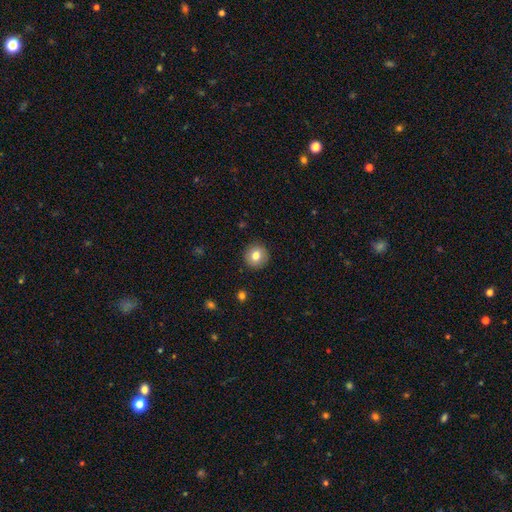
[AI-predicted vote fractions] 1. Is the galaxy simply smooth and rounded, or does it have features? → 80% smooth, 10% featured or disk, 9% star or artifact.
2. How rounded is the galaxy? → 94% round, 5% in between, 1% cigar-shaped.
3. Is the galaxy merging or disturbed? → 92% none, 5% minor disturbance, 2% major disturbance, 1% merger.